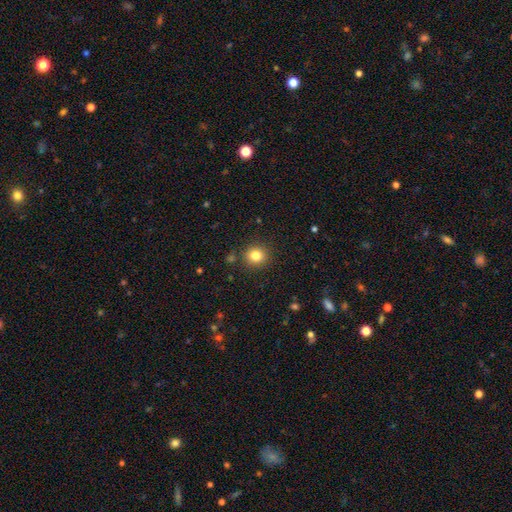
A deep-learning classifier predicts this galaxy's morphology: Smooth or featured? Predicted: smooth (p=0.82). How rounded? Predicted: round (p=0.90). Merging? Predicted: none (p=0.89).